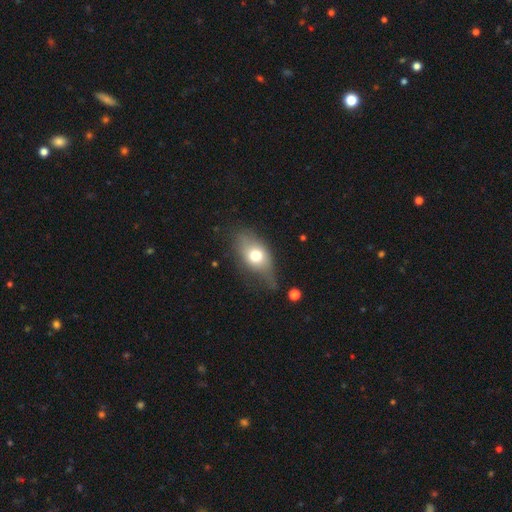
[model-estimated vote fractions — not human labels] The model was most divided on "merging": none: 48%, minor disturbance: 33%, major disturbance: 16%, merger: 3%. More confident: how rounded — in between (82%); smooth or featured — smooth (67%).